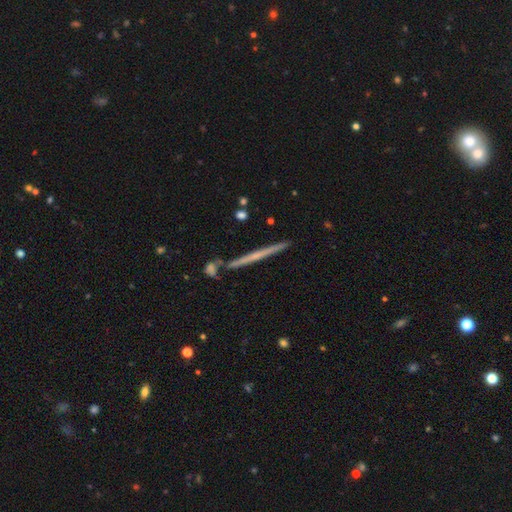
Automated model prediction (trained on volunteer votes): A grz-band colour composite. It shows a featured or disk galaxy (62%) viewed edge-on (97%) with no central bulge (73%). Merging: none (84%).